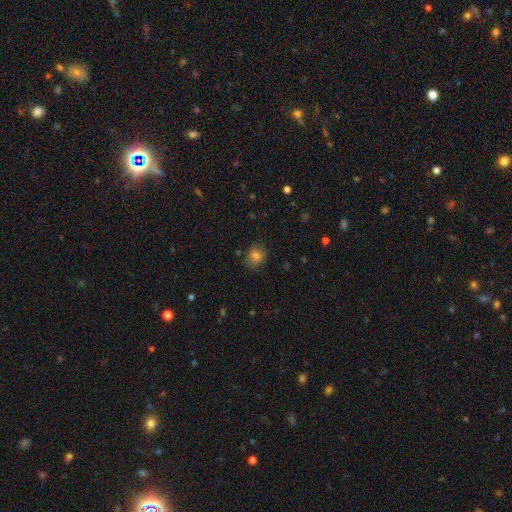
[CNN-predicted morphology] Overall: smooth (82%). How rounded: round (69%; in between 30%). Merging: none (78%).